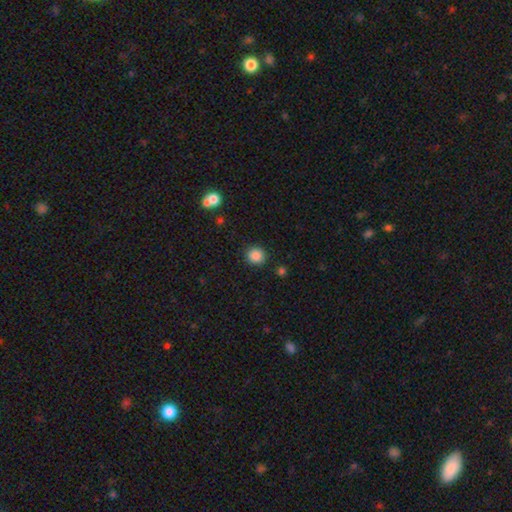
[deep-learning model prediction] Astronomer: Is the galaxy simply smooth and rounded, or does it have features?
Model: smooth — 86%.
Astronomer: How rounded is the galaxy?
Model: round — 89%.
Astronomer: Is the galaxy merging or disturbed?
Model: none — 89%.